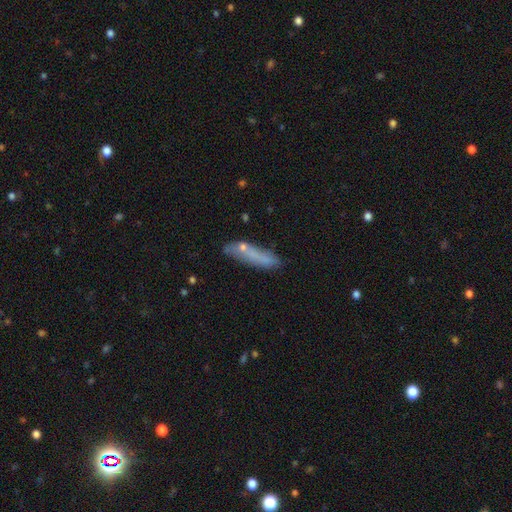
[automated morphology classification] Smooth or featured?
  - smooth: 62% *
  - featured or disk: 28%
  - star or artifact: 10%
How rounded?
  - cigar-shaped: 77% *
  - in between: 21%
  - round: 2%
Merging?
  - none: 60% *
  - minor disturbance: 21%
  - merger: 10%
  - major disturbance: 8%